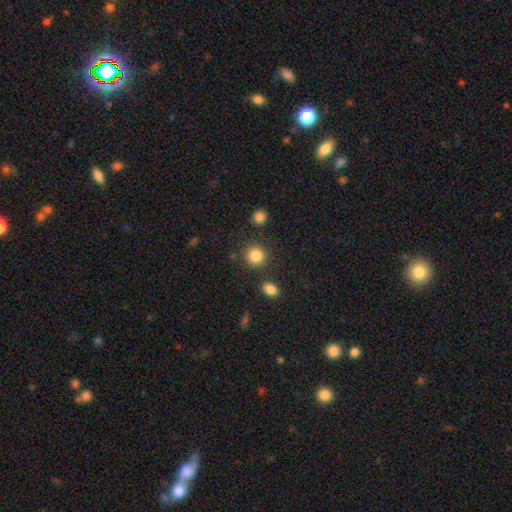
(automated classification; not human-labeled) Overall: smooth (85%). How rounded: round (89%). Merging: none (83%).